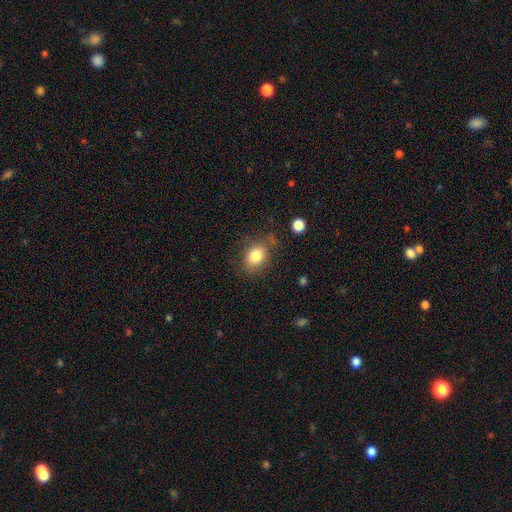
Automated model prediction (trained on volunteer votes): The model was most divided on "how rounded": in between: 66%, round: 33%, cigar-shaped: 1%. More confident: smooth or featured — smooth (82%); merging — none (72%).